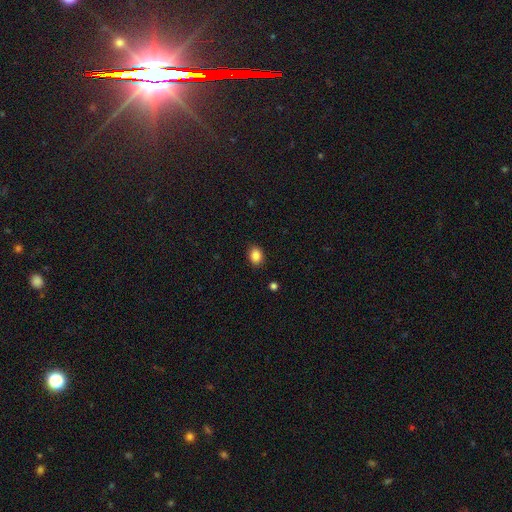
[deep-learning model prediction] Morphology: type=smooth (87%); roundness=in between (63%); merging=none (88%).